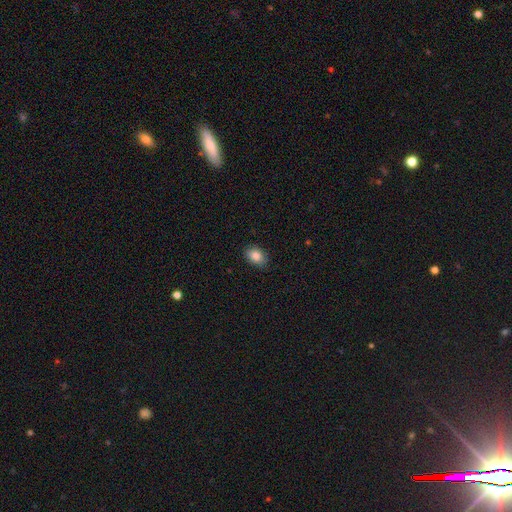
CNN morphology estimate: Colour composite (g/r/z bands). It shows a smooth galaxy with no disk features (86%) that is in between round and cigar-shaped (76%). Merging: none (87%).